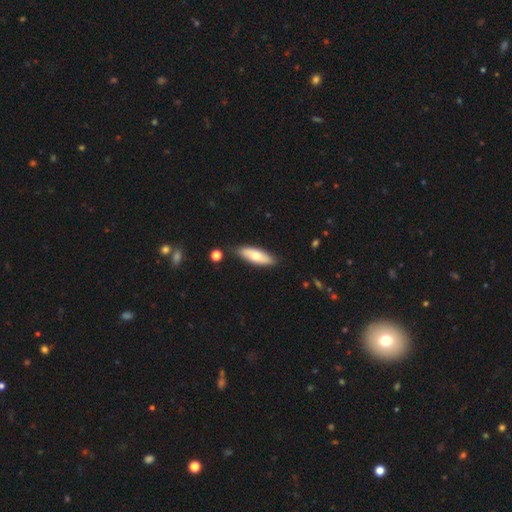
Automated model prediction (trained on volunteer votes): Smooth or featured: smooth — 65% (featured or disk — 29%)
How rounded: in between — 60% (cigar-shaped — 37%)
Merging: none — 82% (minor disturbance — 13%)